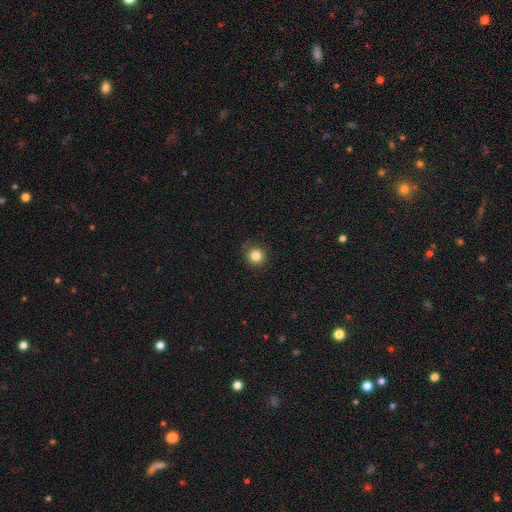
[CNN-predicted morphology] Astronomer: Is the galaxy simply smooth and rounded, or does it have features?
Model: smooth — 83%.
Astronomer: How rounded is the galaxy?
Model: round — 93%.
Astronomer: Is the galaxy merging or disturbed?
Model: none — 86%.